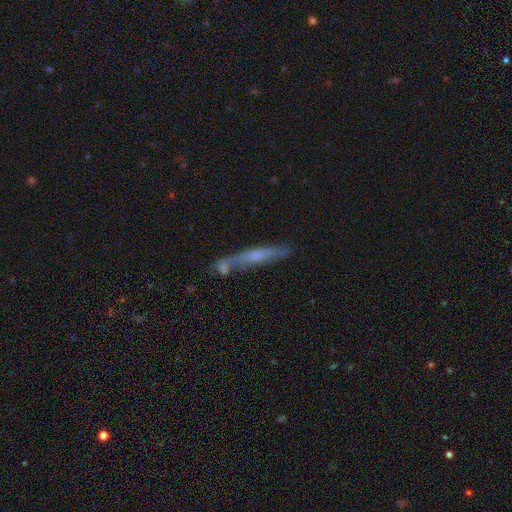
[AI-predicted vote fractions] A featured or disk galaxy (55%) viewed edge-on (85%).

Vote fractions:
- Smooth or featured? featured or disk: 55% / smooth: 37% / star or artifact: 8%
- Edge-on disk? yes: 85% / no: 15%
- Merging? none: 60% / merger: 18% / minor disturbance: 16% / major disturbance: 6%